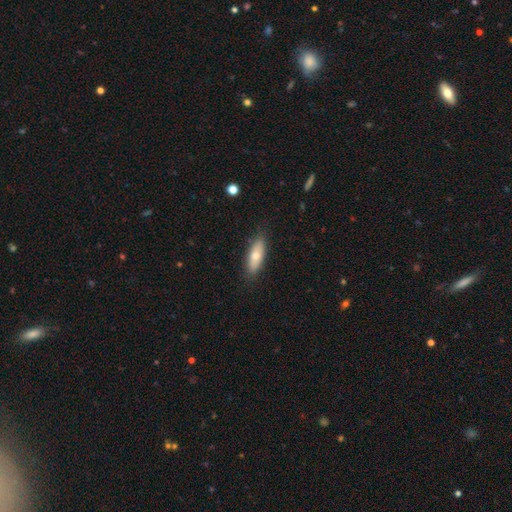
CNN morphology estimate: smooth 72%, featured or disk 22%, star or artifact 6%. Down the decision tree: how rounded — in between (61%); merging — none (84%).